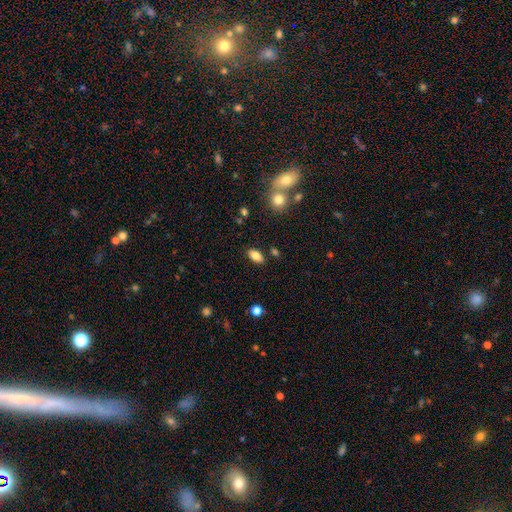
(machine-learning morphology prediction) Q: Smooth or featured?
A: smooth (83%); runner-up: star or artifact (9%)
Q: How rounded?
A: in between (91%); runner-up: cigar-shaped (5%)
Q: Merging?
A: none (85%); runner-up: minor disturbance (10%)